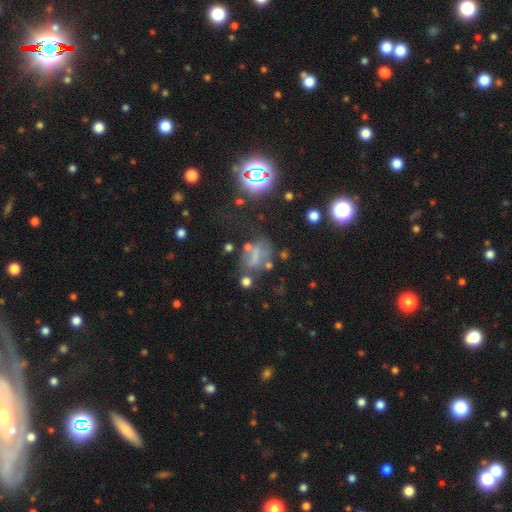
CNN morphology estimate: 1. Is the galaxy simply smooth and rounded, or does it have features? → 40% smooth, 32% featured or disk, 28% star or artifact.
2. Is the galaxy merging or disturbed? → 42% none, 23% major disturbance, 22% minor disturbance, 13% merger.